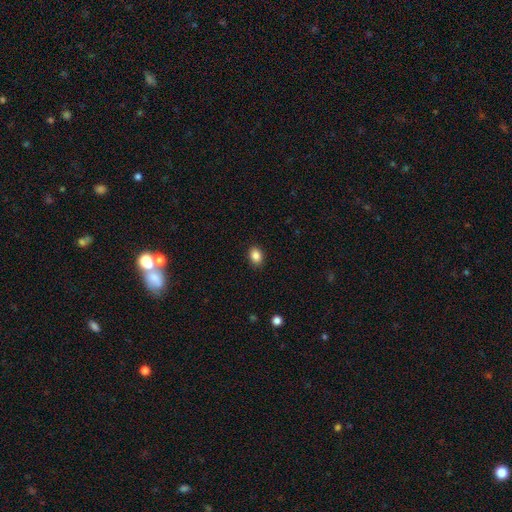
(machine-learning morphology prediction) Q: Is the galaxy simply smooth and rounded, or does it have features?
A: smooth — 87%.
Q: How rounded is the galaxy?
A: in between — 70%.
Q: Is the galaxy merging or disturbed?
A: none — 89%.